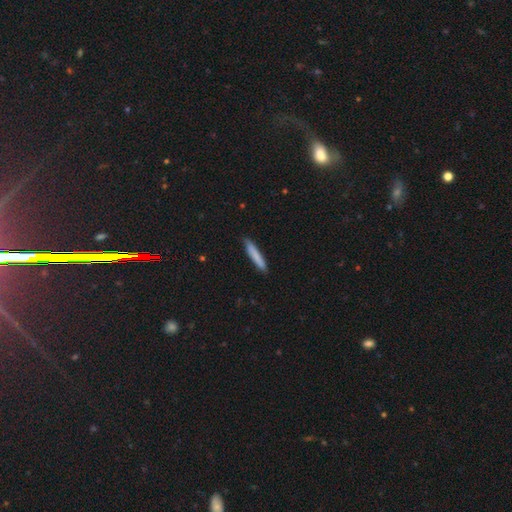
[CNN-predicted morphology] smooth_or_featured: smooth (p=0.81) [alt: featured or disk p=0.13]
how_rounded: cigar-shaped (p=0.93) [alt: in between p=0.06]
merging: none (p=0.88) [alt: minor disturbance p=0.09]